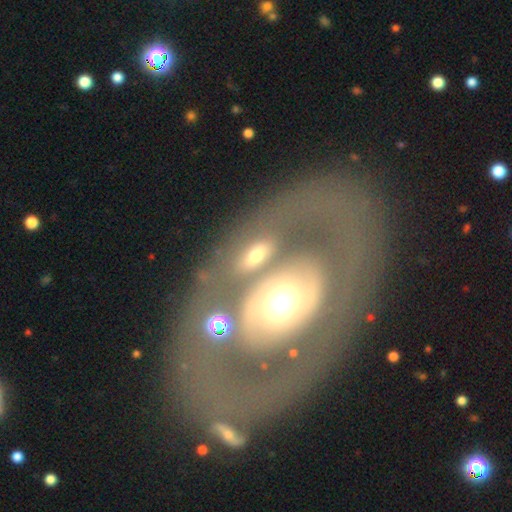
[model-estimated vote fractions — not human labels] This appears to be a featured or disk galaxy (45%). Merging: none (43%).